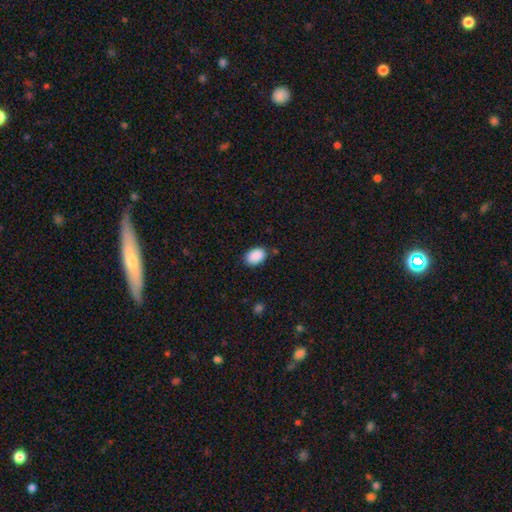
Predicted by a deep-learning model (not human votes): Smooth or featured?
  - smooth: 90% *
  - star or artifact: 7%
  - featured or disk: 3%
How rounded?
  - in between: 87% *
  - round: 12%
  - cigar-shaped: 1%
Merging?
  - none: 83% *
  - minor disturbance: 13%
  - major disturbance: 3%
  - merger: 2%